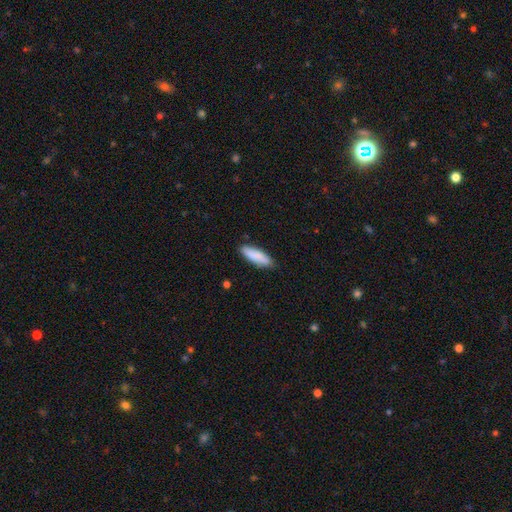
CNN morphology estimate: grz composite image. It shows a smooth galaxy with no disk features (87%) that is in between round and cigar-shaped (50%). Merging: none (84%).